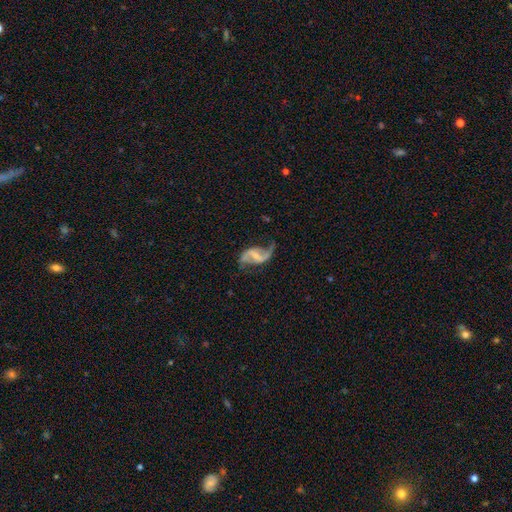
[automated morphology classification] A featured or disk galaxy (87%) with a weak bar (43%), 2 (90%) loose (75%) spiral arms (94%) and a small central bulge (46%). Merging: none (64%).